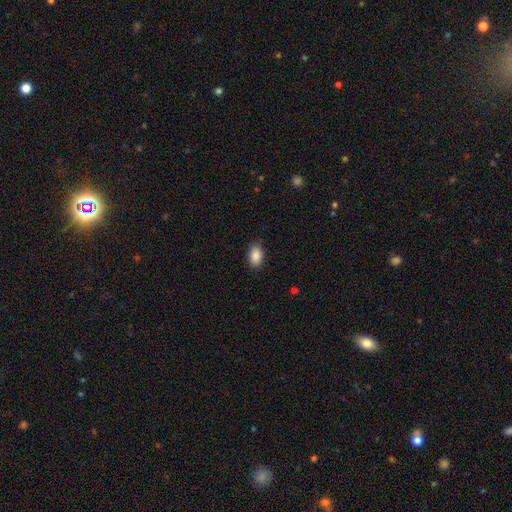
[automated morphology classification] Overall: smooth (89%). How rounded: in between (91%). Merging: none (87%).